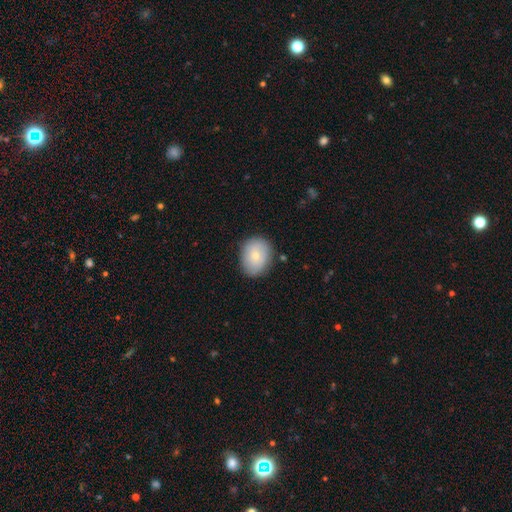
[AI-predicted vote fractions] A smooth galaxy with no disk features (74%) that is round (51%).

Vote fractions:
- Smooth or featured? smooth: 74% / featured or disk: 19% / star or artifact: 7%
- How rounded? round: 51% / in between: 48% / cigar-shaped: 1%
- Merging? none: 82% / minor disturbance: 13% / major disturbance: 3% / merger: 1%